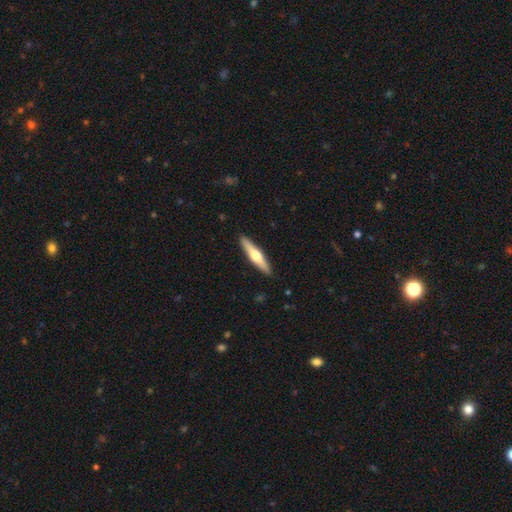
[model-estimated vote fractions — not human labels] Overall: featured or disk (54%; smooth 41%). Edge-on disk: yes (95%). Edge-on bulge: rounded (93%). Merging: none (91%).